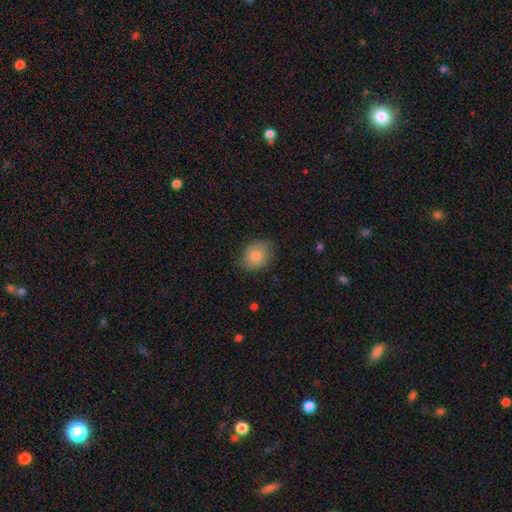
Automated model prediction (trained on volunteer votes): Q: Smooth or featured?
A: smooth (79%); runner-up: featured or disk (13%)
Q: How rounded?
A: in between (50%); runner-up: round (49%)
Q: Merging?
A: none (75%); runner-up: minor disturbance (19%)